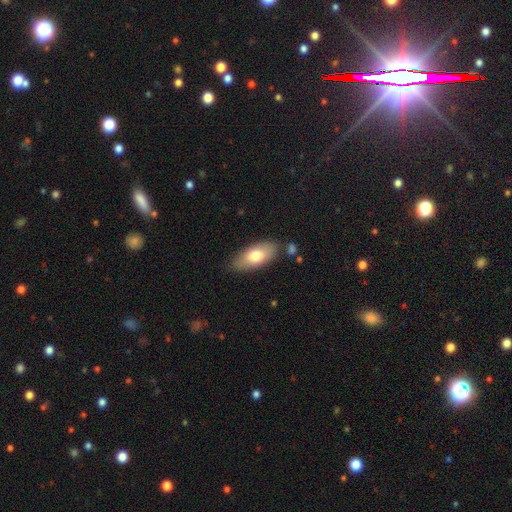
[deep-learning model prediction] smooth 72%, featured or disk 22%, star or artifact 6%. Down the decision tree: how rounded — in between (87%); merging — none (78%).